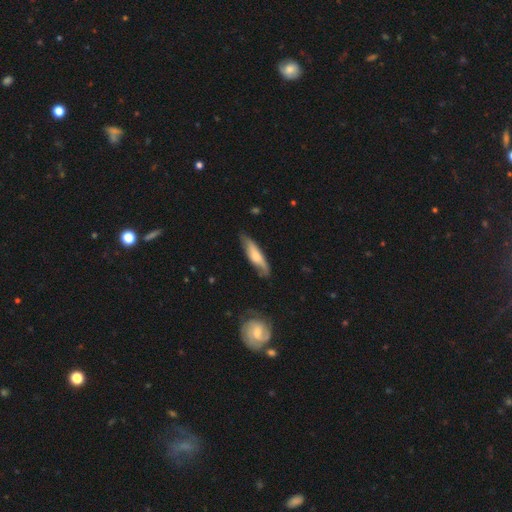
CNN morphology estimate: Q: Smooth or featured?
A: smooth (59%); runner-up: featured or disk (36%)
Q: How rounded?
A: cigar-shaped (66%); runner-up: in between (32%)
Q: Merging?
A: none (66%); runner-up: minor disturbance (26%)